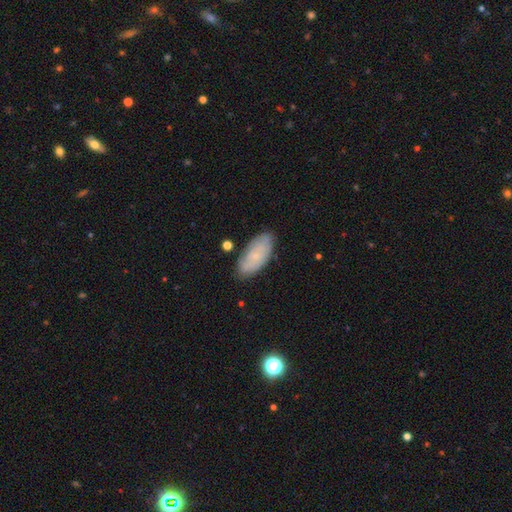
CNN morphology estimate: smooth 64%, featured or disk 28%, star or artifact 8%. Down the decision tree: how rounded — in between (89%); merging — none (78%).